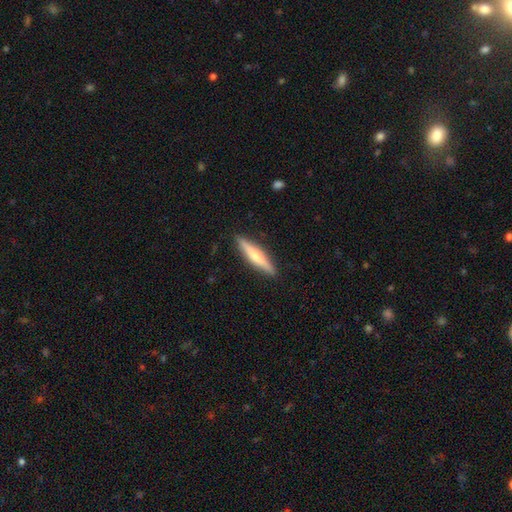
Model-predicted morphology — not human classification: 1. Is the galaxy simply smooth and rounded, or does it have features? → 49% featured or disk, 45% smooth, 5% star or artifact.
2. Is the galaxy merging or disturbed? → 90% none, 7% minor disturbance, 1% major disturbance, 1% merger.